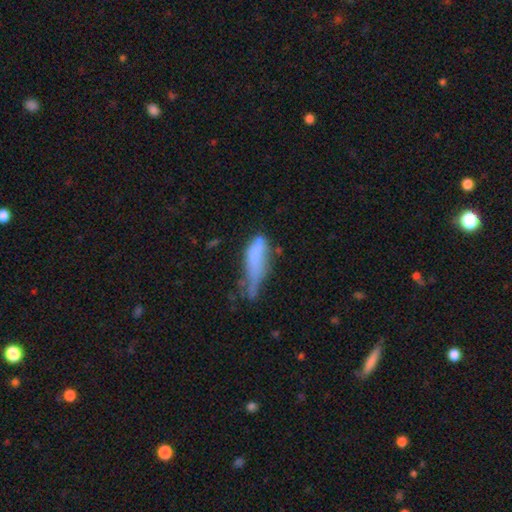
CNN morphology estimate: Overall: smooth (67%). How rounded: in between (58%; cigar-shaped 39%). Merging: major disturbance (37%; minor disturbance 32%).